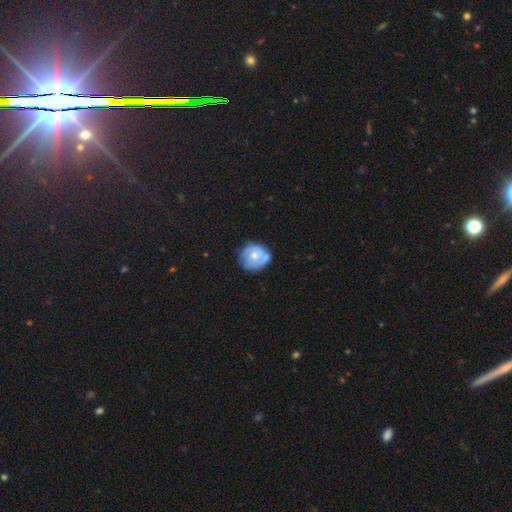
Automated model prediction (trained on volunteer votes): Smooth or featured: featured or disk — 54% (smooth — 40%)
Edge-on disk: no — 97% (yes — 3%)
Bar: no — 83% (weak — 14%)
Spiral arms: yes — 58% (no — 42%)
Bulge size: moderate — 59% (small — 31%)
Merging: none — 64% (minor disturbance — 24%)